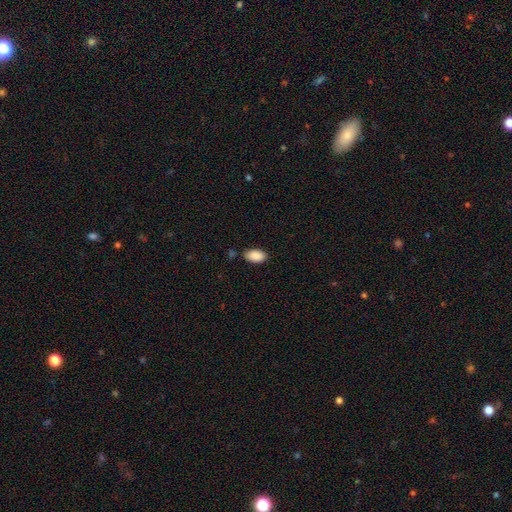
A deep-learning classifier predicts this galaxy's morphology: Smooth or featured? smooth (90%)
How rounded? in between (95%)
Merging? none (81%)